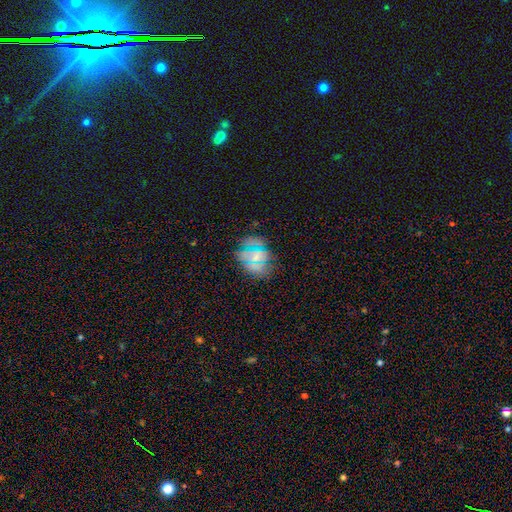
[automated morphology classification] Overall: smooth (60%; star or artifact 24%). How rounded: round (52%; in between 46%). Merging: none (76%).